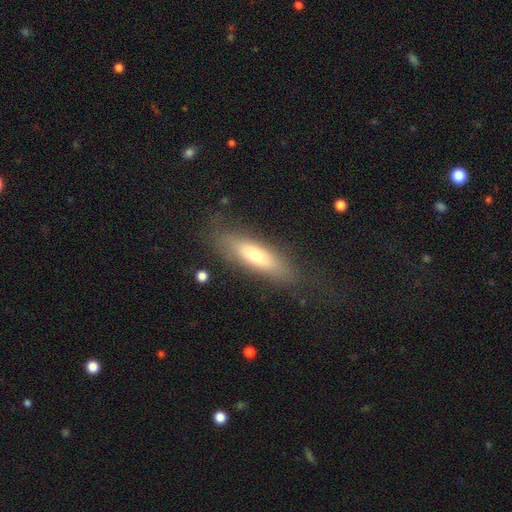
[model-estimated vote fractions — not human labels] Smooth or featured? smooth (60%)
How rounded? cigar-shaped (56%)
Merging? none (76%)